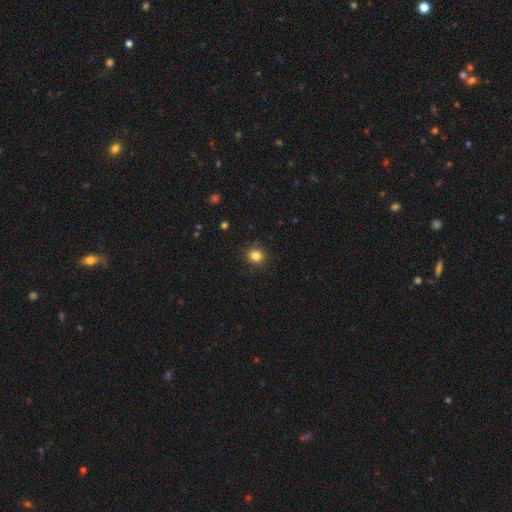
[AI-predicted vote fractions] This is clearly a smooth galaxy (84%). How rounded: clearly round (85%). Merging: clearly none (88%).